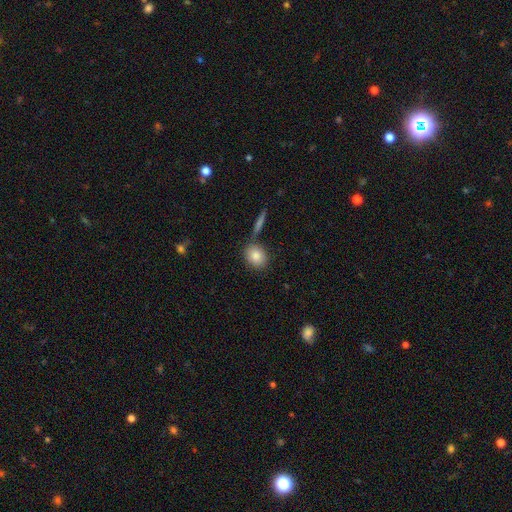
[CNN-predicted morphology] A smooth galaxy with no disk features (84%) that is round (49%, tied with in between).

Vote fractions:
- Smooth or featured? smooth: 84% / featured or disk: 9% / star or artifact: 8%
- How rounded? round: 49% (tied) / in between: 49% (tied) / cigar-shaped: 2%
- Merging? none: 73% / merger: 12% / minor disturbance: 11% / major disturbance: 3%